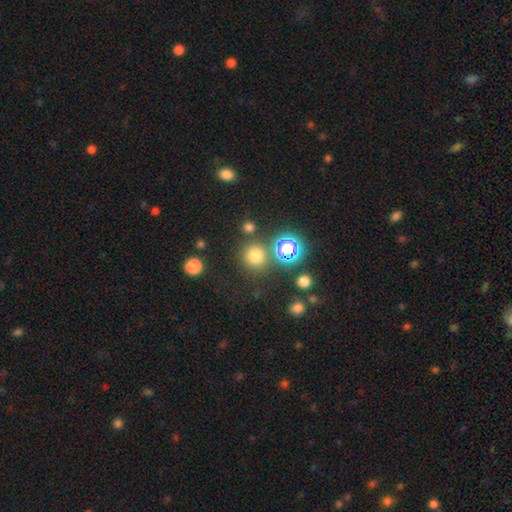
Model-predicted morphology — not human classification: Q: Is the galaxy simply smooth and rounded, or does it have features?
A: smooth — 73%.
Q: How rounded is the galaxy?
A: round — 93%.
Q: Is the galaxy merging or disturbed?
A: none — 80%.